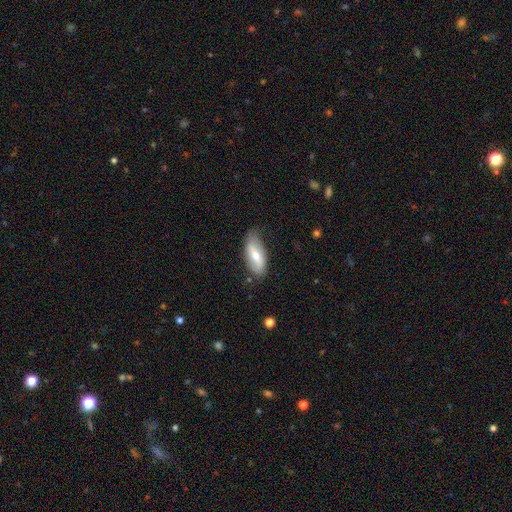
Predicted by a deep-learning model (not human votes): smooth 52%, featured or disk 42%, star or artifact 6%. Down the decision tree: how rounded — in between (82%); merging — none (71%).